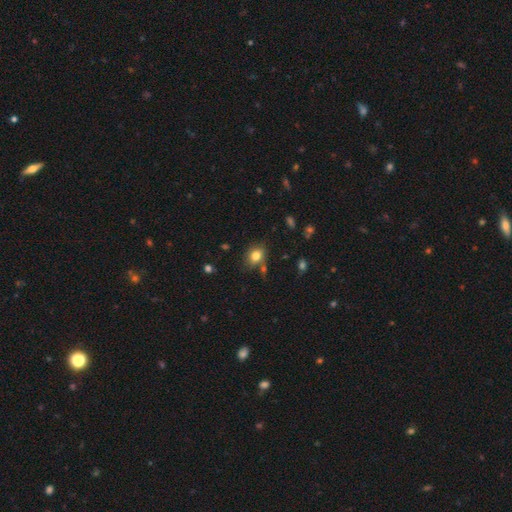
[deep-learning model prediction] Q: Smooth or featured?
A: smooth (81%); runner-up: star or artifact (11%)
Q: How rounded?
A: in between (54%); runner-up: round (45%)
Q: Merging?
A: none (73%); runner-up: minor disturbance (15%)